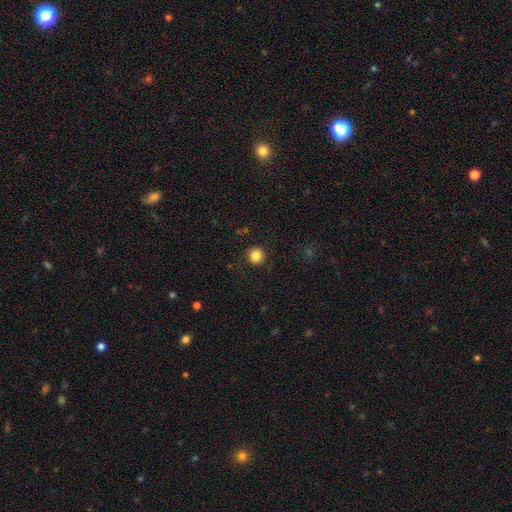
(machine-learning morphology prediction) This is clearly a smooth galaxy (85%). How rounded: clearly round (94%). Merging: clearly none (90%).